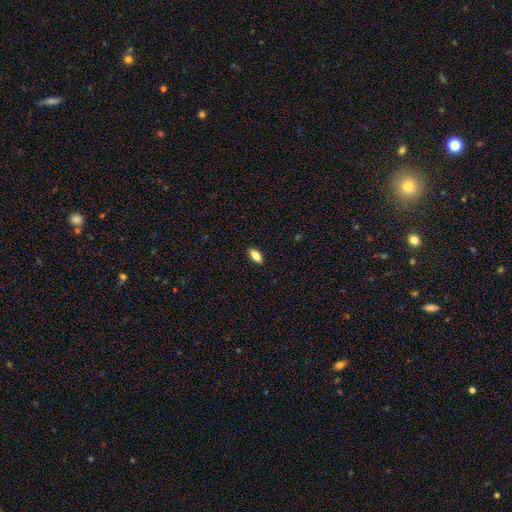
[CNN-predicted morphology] A smooth galaxy with no disk features (73%) that is in between round and cigar-shaped (79%). Merging: none (88%).